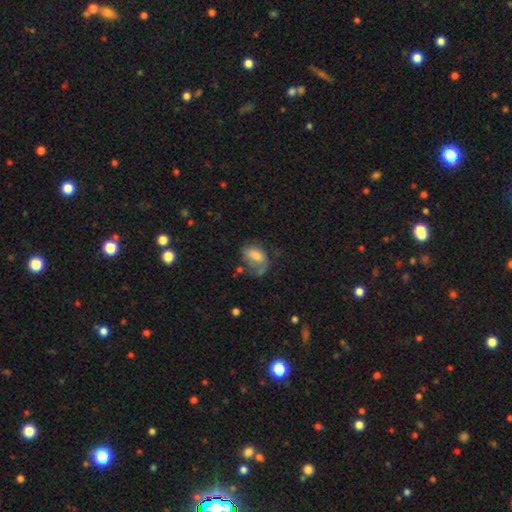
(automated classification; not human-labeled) This is possibly a smooth galaxy (58%). How rounded: clearly in between (83%). Merging: marginally none (39%).